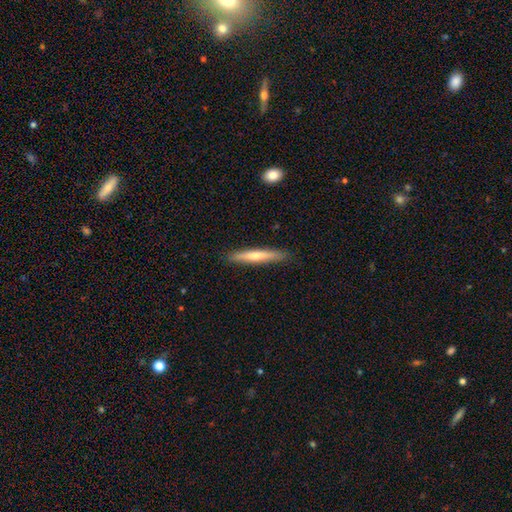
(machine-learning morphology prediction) This appears to be a smooth galaxy with no disk features (51%) that is cigar-shaped (94%). Merging: none (90%).